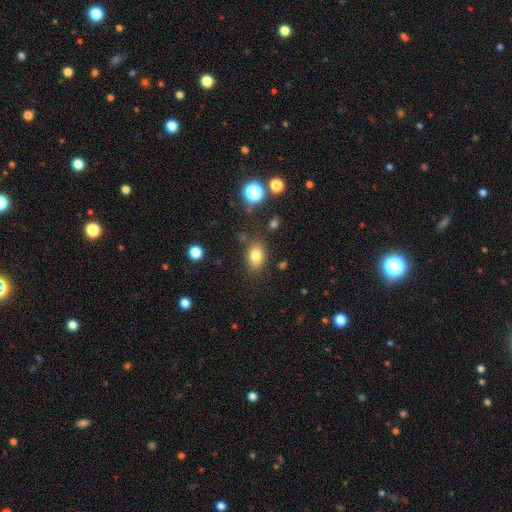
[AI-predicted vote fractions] Morphology: type=smooth (80%); roundness=in between (76%); merging=none (80%).